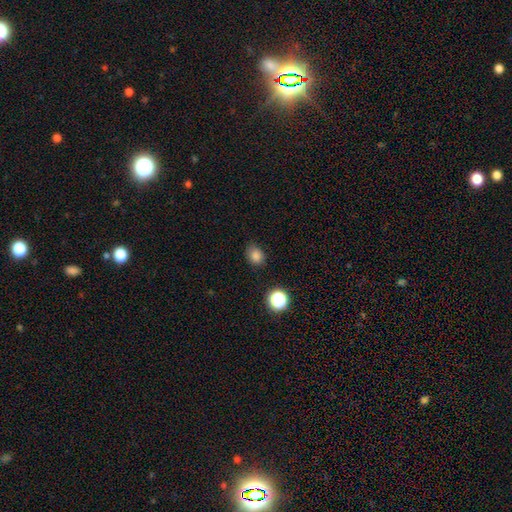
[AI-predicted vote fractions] This appears to be a smooth galaxy with no disk features (82%) that is round (50%). Merging: none (79%).